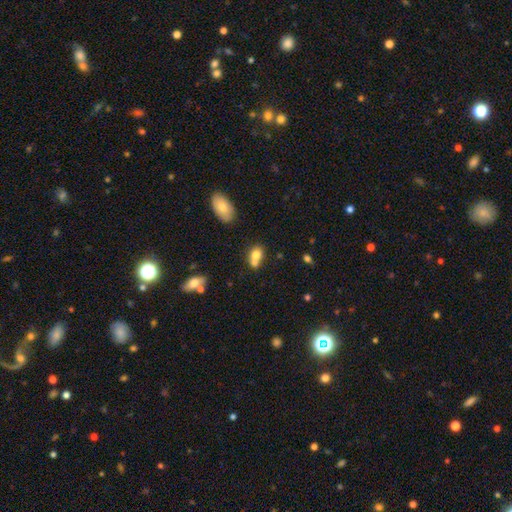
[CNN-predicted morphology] type=smooth (76%); roundness=in between (52%); merging=merger (53%).